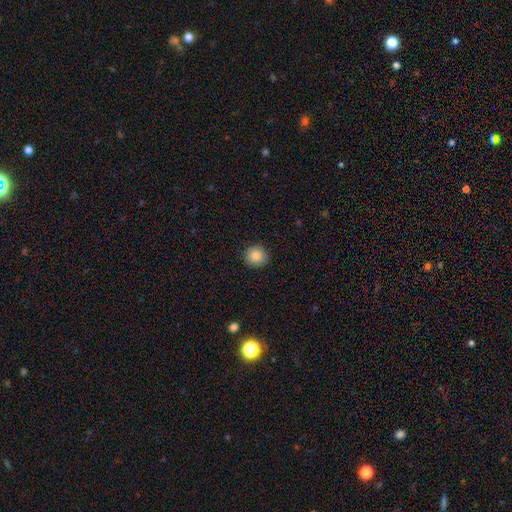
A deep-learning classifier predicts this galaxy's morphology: Smooth or featured?
  - smooth: 85% *
  - star or artifact: 9%
  - featured or disk: 6%
How rounded?
  - round: 91% *
  - in between: 8%
  - cigar-shaped: 1%
Merging?
  - none: 91% *
  - minor disturbance: 6%
  - major disturbance: 2%
  - merger: 1%